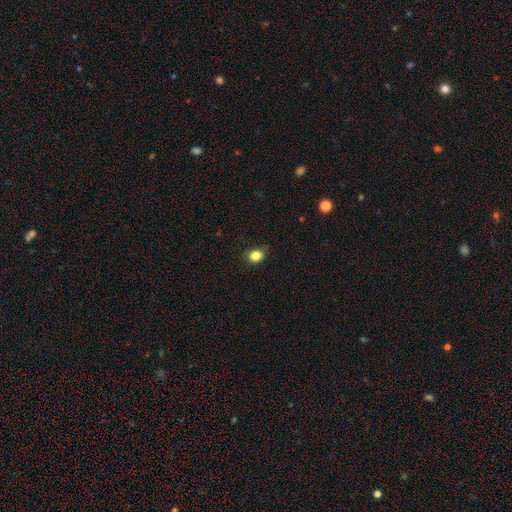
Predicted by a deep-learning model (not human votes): A smooth galaxy with no disk features (83%) that is round (55%).

Vote fractions:
- Smooth or featured? smooth: 83% / star or artifact: 11% / featured or disk: 5%
- How rounded? round: 55% / in between: 43% / cigar-shaped: 1%
- Merging? none: 80% / minor disturbance: 16% / major disturbance: 3% / merger: 1%